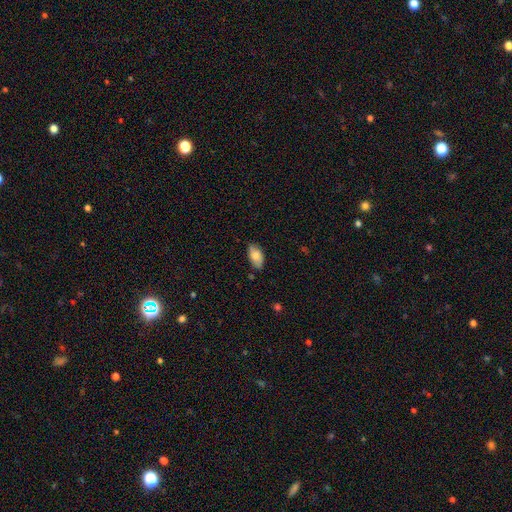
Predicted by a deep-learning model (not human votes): Overall: smooth (80%). How rounded: in between (93%). Merging: none (77%).